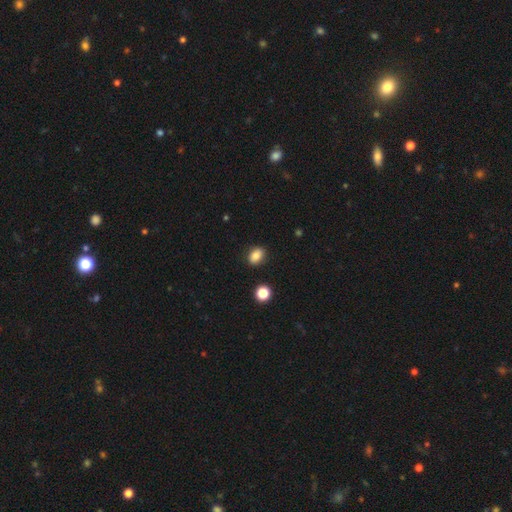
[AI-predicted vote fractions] This is clearly a smooth galaxy (84%). How rounded: likely in between (68%). Merging: clearly none (88%).